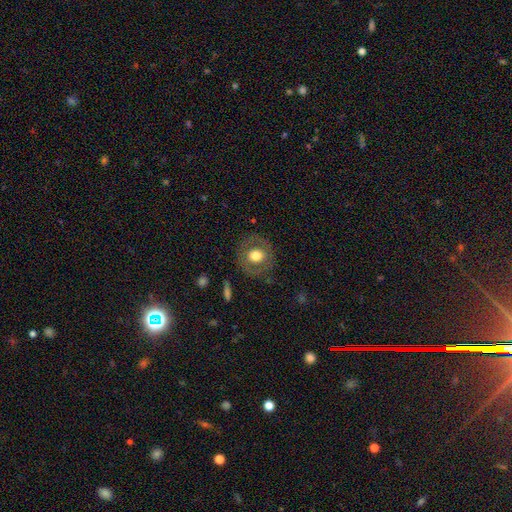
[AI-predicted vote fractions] A smooth galaxy with no disk features (56%) that is round (84%).

Vote fractions:
- Smooth or featured? smooth: 56% / featured or disk: 36% / star or artifact: 8%
- How rounded? round: 84% / in between: 15% / cigar-shaped: 1%
- Merging? none: 81% / minor disturbance: 12% / major disturbance: 6% / merger: 1%